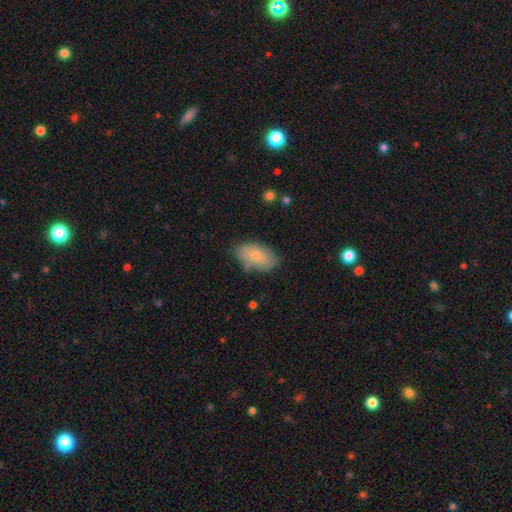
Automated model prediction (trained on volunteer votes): This appears to be a smooth galaxy with no disk features (78%) that is in between round and cigar-shaped (93%). Merging: none (74%).